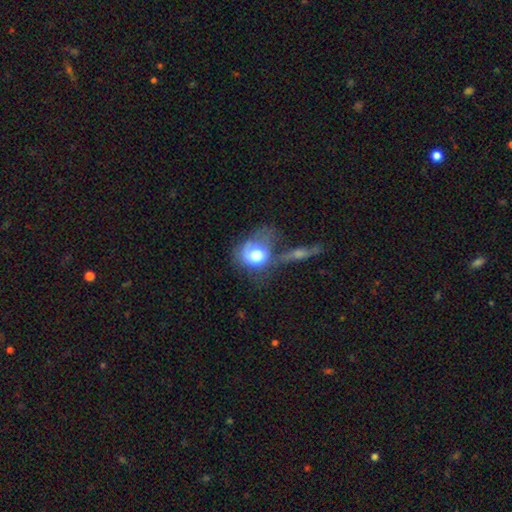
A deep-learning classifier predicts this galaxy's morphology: smooth-or-featured: smooth: 66% | featured or disk: 26% | star or artifact: 9%
  how-rounded: round: 53% | in between: 45% | cigar-shaped: 2%
  merging: major disturbance: 32% | merger: 29% | none: 21% | minor disturbance: 18%